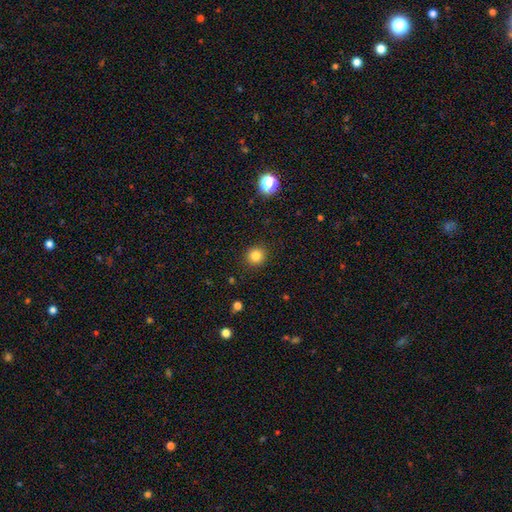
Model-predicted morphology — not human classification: Overall: smooth (83%). How rounded: round (92%). Merging: none (91%).